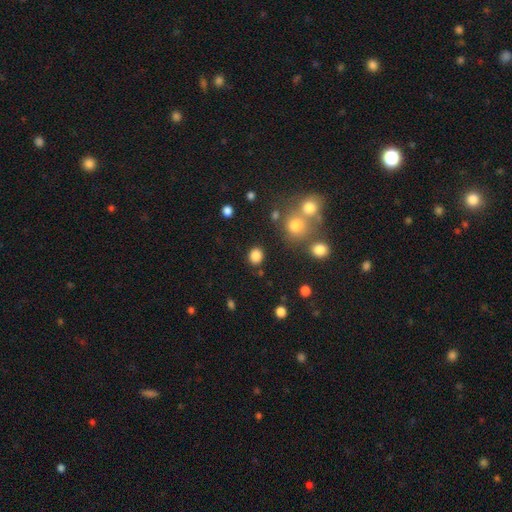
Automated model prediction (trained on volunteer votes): smooth-or-featured: smooth: 84% | star or artifact: 12% | featured or disk: 4%
  how-rounded: round: 70% | in between: 29% | cigar-shaped: 1%
  merging: none: 86% | minor disturbance: 8% | merger: 4% | major disturbance: 3%